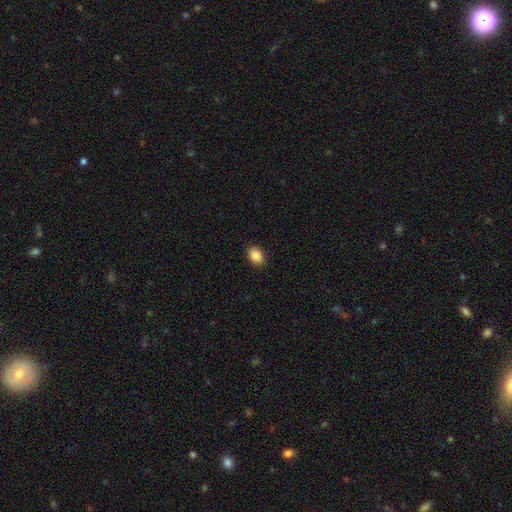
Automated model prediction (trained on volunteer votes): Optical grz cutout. It shows a smooth galaxy with no disk features (88%) that is in between round and cigar-shaped (77%). Merging: none (89%).